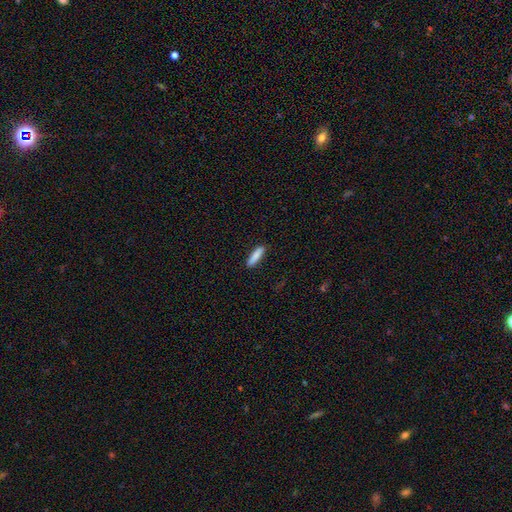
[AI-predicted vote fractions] This is clearly a smooth galaxy (86%). How rounded: clearly cigar-shaped (81%). Merging: clearly none (89%).